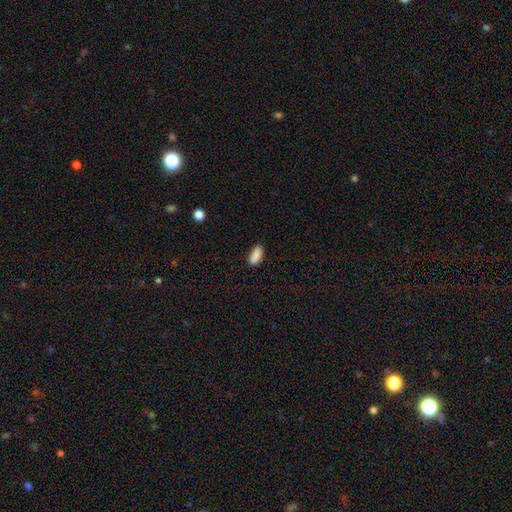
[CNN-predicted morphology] Smooth or featured? smooth (88%)
How rounded? in between (85%)
Merging? none (81%)